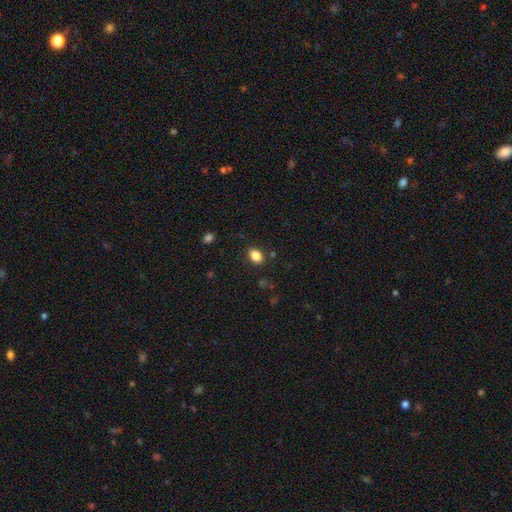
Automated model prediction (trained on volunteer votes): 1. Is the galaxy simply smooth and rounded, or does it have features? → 85% smooth, 10% star or artifact, 6% featured or disk.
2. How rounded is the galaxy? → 80% in between, 18% round, 1% cigar-shaped.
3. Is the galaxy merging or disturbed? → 85% none, 10% minor disturbance, 3% major disturbance, 2% merger.